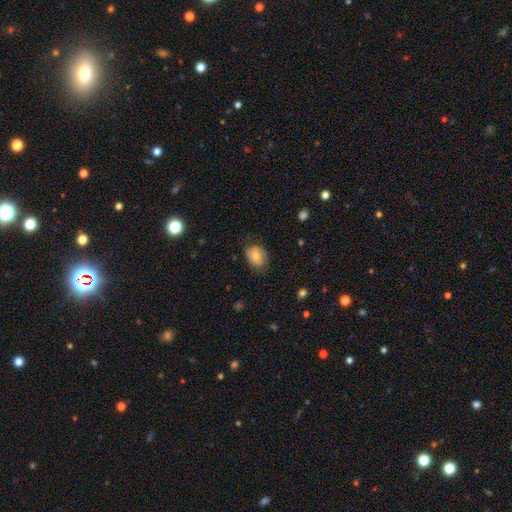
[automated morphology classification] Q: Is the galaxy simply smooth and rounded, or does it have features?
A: smooth — 72%.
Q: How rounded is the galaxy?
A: in between — 62%.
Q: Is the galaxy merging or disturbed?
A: none — 67%.